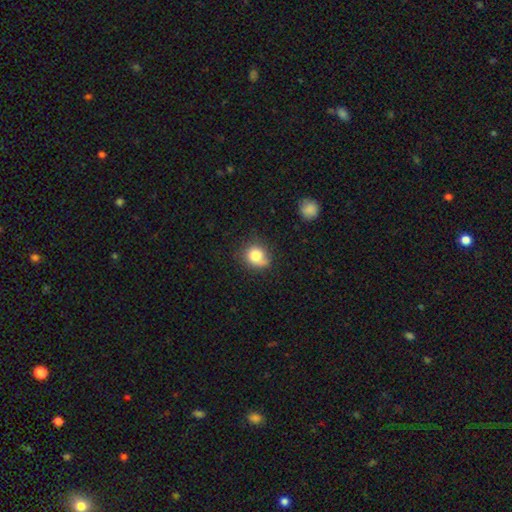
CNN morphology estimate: This is likely a smooth galaxy (79%). How rounded: likely round (76%). Merging: likely none (63%).